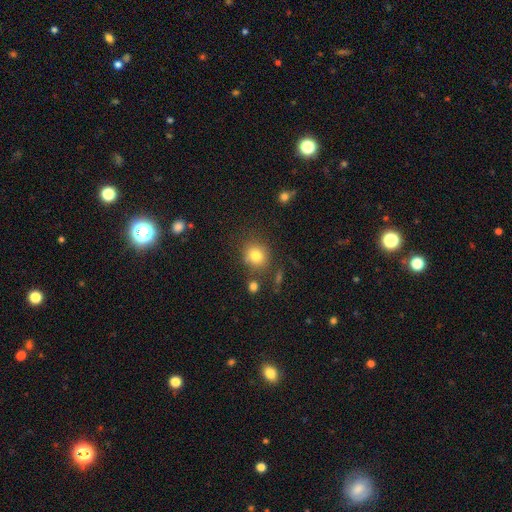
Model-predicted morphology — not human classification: Q: Smooth or featured?
A: smooth (79%); runner-up: star or artifact (12%)
Q: How rounded?
A: round (82%); runner-up: in between (17%)
Q: Merging?
A: none (77%); runner-up: minor disturbance (12%)